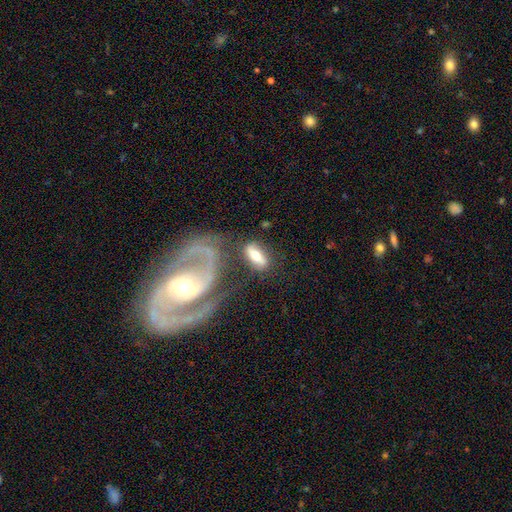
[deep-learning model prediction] The model was most divided on "smooth or featured": smooth: 55%, featured or disk: 38%, star or artifact: 7%. More confident: how rounded — in between (74%); merging — none (57%).